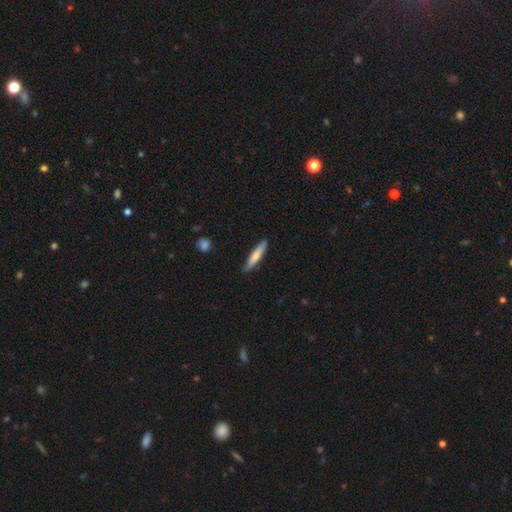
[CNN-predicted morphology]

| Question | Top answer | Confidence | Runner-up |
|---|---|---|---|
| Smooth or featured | smooth | 70% | featured or disk (25%) |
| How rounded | cigar-shaped | 89% | in between (10%) |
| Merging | none | 87% | minor disturbance (10%) |